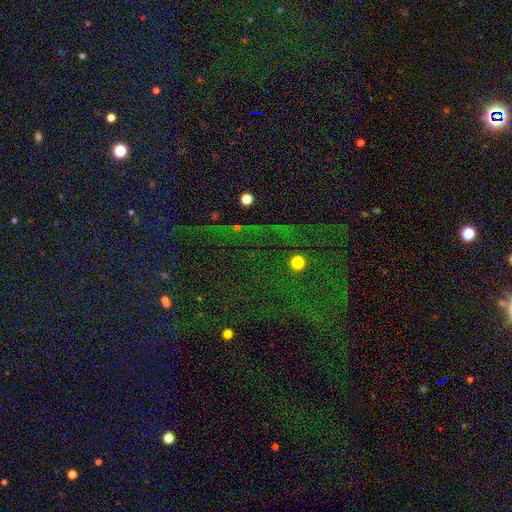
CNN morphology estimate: Smooth or featured? Predicted: star or artifact (p=0.78).